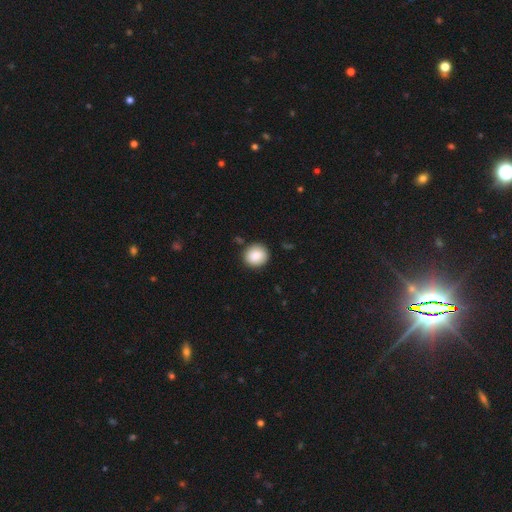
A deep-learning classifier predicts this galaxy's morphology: Smooth or featured: smooth — 88% (star or artifact — 8%)
How rounded: round — 86% (in between — 13%)
Merging: none — 88% (minor disturbance — 8%)